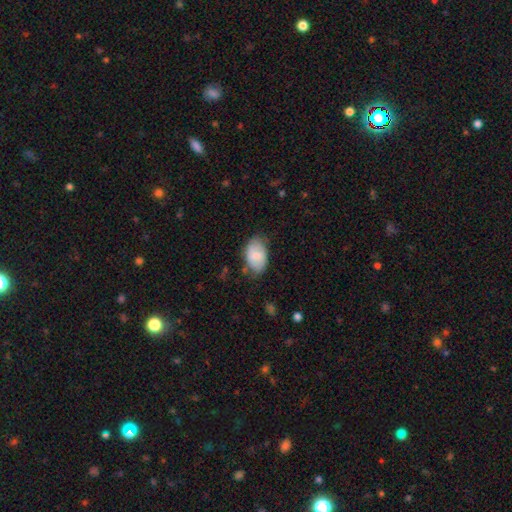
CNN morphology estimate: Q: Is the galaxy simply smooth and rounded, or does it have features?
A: smooth — 72%.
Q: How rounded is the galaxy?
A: in between — 91%.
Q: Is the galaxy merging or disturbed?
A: none — 65%.